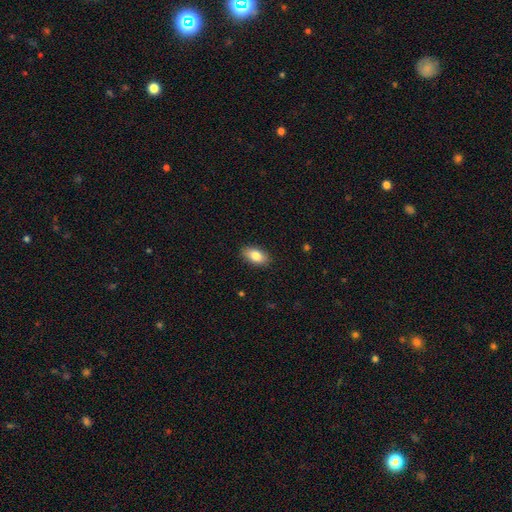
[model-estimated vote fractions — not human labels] Smooth or featured? Predicted: smooth (p=0.83). How rounded? Predicted: in between (p=0.91). Merging? Predicted: none (p=0.89).